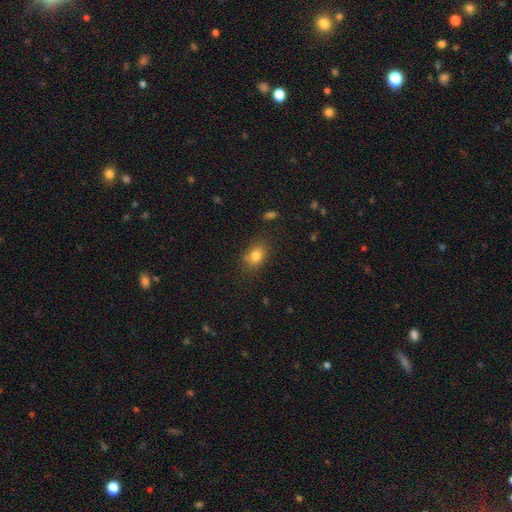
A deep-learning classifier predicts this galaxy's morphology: smooth-or-featured: smooth: 82% | star or artifact: 10% | featured or disk: 8%
  how-rounded: in between: 72% | round: 27% | cigar-shaped: 2%
  merging: none: 77% | minor disturbance: 16% | major disturbance: 4% | merger: 2%